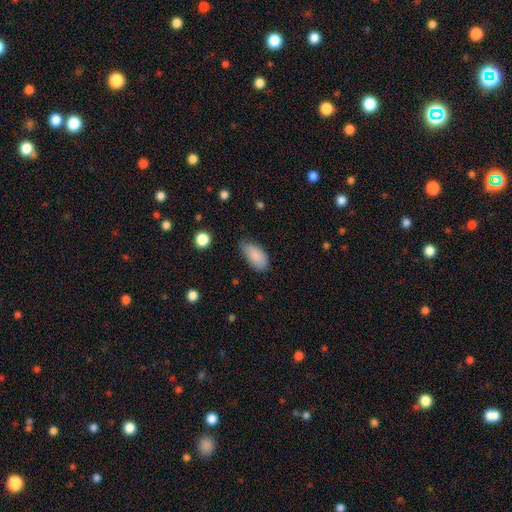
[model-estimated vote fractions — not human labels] smooth-or-featured: smooth: 86% | star or artifact: 7% | featured or disk: 7%
  how-rounded: in between: 93% | cigar-shaped: 5% | round: 3%
  merging: none: 55% | minor disturbance: 36% | major disturbance: 7% | merger: 2%